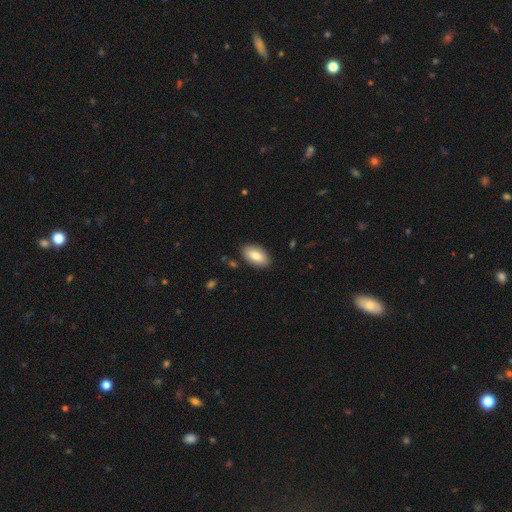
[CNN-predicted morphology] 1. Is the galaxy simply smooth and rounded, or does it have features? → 83% smooth, 10% featured or disk, 6% star or artifact.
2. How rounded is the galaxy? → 94% in between, 3% round, 3% cigar-shaped.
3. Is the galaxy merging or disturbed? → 87% none, 9% minor disturbance, 2% major disturbance, 1% merger.